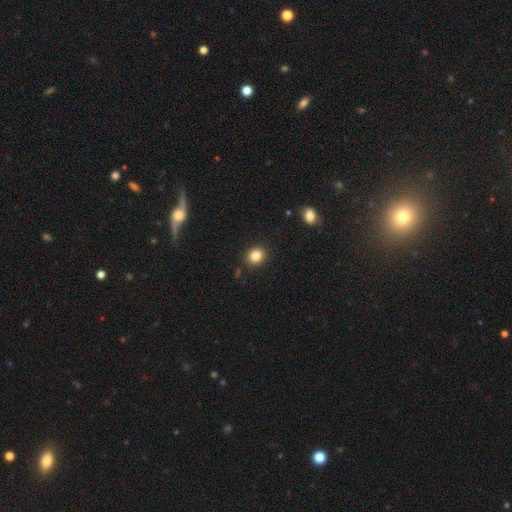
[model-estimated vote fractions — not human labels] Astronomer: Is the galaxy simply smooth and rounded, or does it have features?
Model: smooth — 83%.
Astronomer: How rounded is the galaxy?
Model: round — 69%.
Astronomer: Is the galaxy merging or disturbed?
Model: none — 89%.